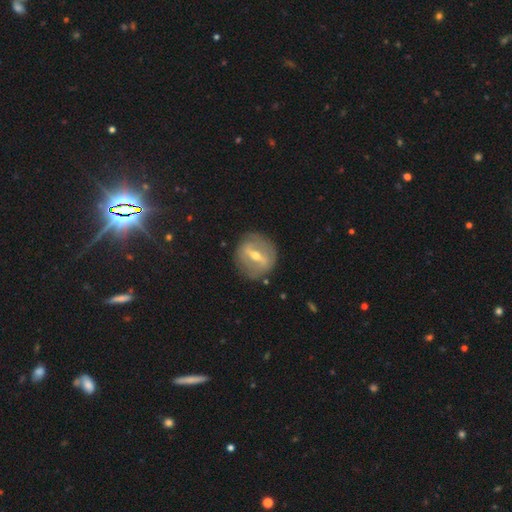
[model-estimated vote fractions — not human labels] The model was most divided on "bulge size": moderate: 61%, small: 35%, large: 3%, none: 1%, dominant: 1%. More confident: merging — none (83%); edge-on disk — no (80%); smooth or featured — featured or disk (75%); bar — strong (69%); spiral arms — no (66%).